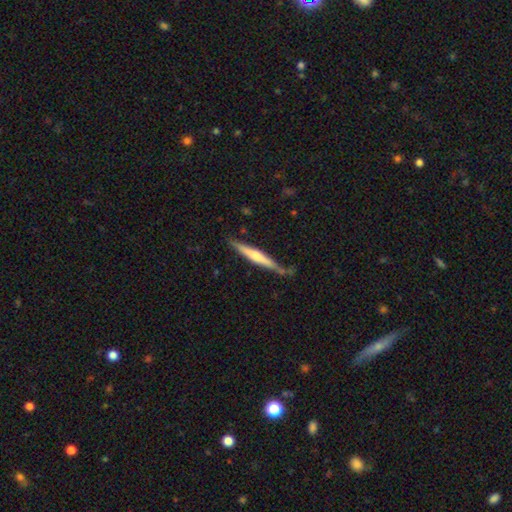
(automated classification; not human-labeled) smooth_or_featured: featured or disk (p=0.60) [alt: smooth p=0.34]
disk_edge_on: yes (p=0.97) [alt: no p=0.03]
edge_on_bulge: rounded (p=0.61) [alt: none p=0.24]
merging: none (p=0.78) [alt: minor disturbance p=0.16]